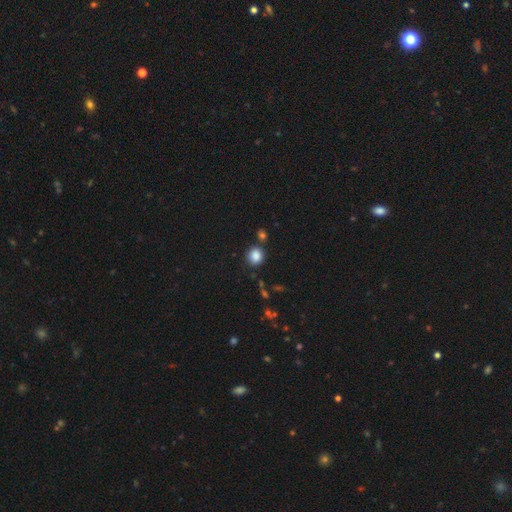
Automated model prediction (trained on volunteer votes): A smooth galaxy with no disk features (86%) that is round (79%).

Vote fractions:
- Smooth or featured? smooth: 86% / star or artifact: 10% / featured or disk: 4%
- How rounded? round: 79% / in between: 20% / cigar-shaped: 1%
- Merging? none: 77% / minor disturbance: 11% / merger: 8% / major disturbance: 3%